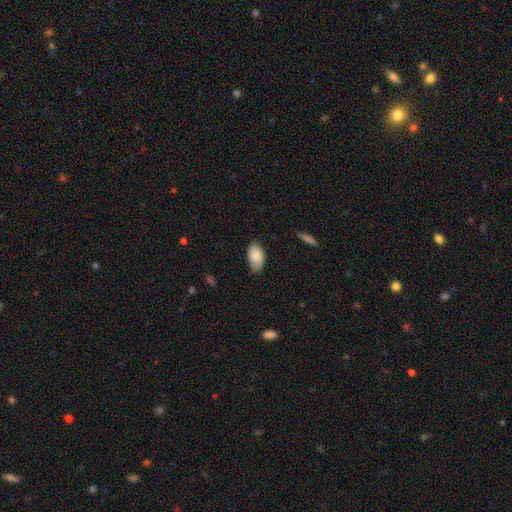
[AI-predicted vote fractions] smooth-or-featured: smooth: 86% | featured or disk: 8% | star or artifact: 7%
  how-rounded: in between: 95% | round: 3% | cigar-shaped: 2%
  merging: none: 73% | minor disturbance: 23% | major disturbance: 3% | merger: 1%